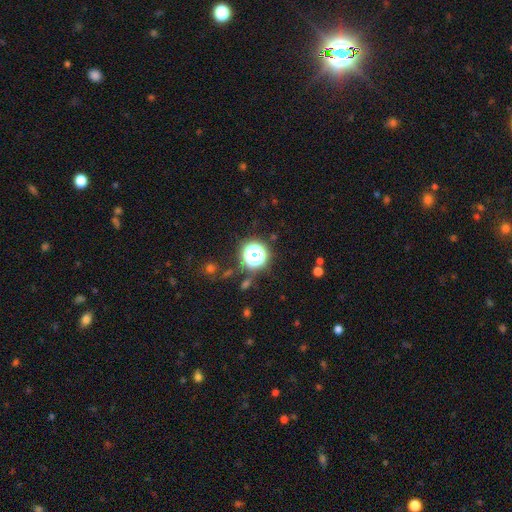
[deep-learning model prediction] A star or artifact, not a galaxy (67%).

Vote fractions:
- Smooth or featured? star or artifact: 67% / smooth: 24% / featured or disk: 8%